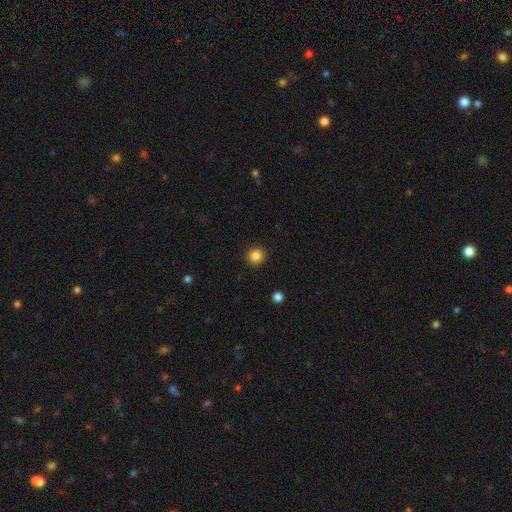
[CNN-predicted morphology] This is clearly a smooth galaxy (84%). How rounded: clearly round (94%). Merging: clearly none (93%).